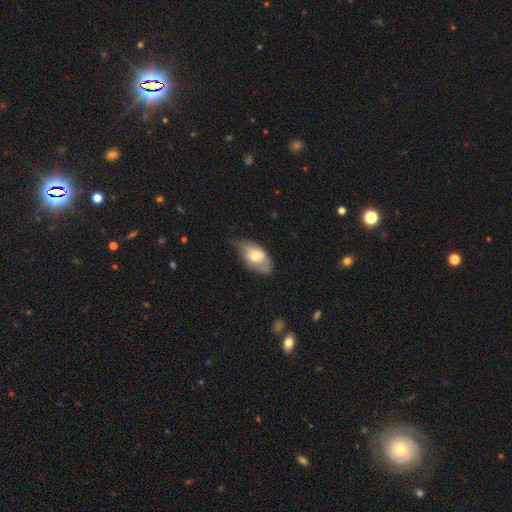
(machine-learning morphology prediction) This appears to be a smooth galaxy with no disk features (53%) that is in between round and cigar-shaped (90%). Merging: none (44%).